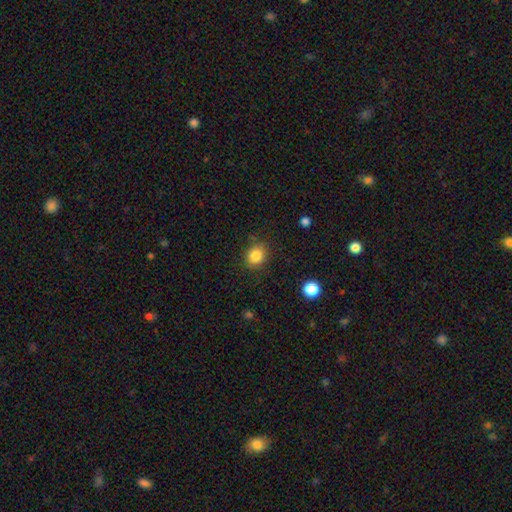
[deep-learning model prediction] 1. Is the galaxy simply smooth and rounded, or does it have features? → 85% smooth, 10% star or artifact, 5% featured or disk.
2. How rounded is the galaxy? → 65% round, 34% in between, 1% cigar-shaped.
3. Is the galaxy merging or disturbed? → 84% none, 11% minor disturbance, 3% major disturbance, 2% merger.